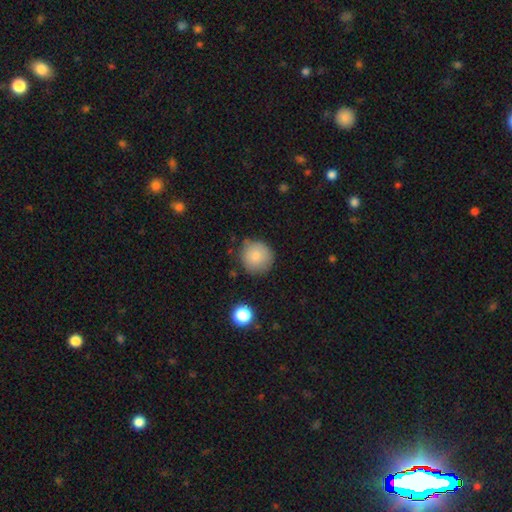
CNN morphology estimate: Q: Smooth or featured?
A: smooth (83%); runner-up: featured or disk (9%)
Q: How rounded?
A: round (93%); runner-up: in between (6%)
Q: Merging?
A: none (77%); runner-up: minor disturbance (16%)